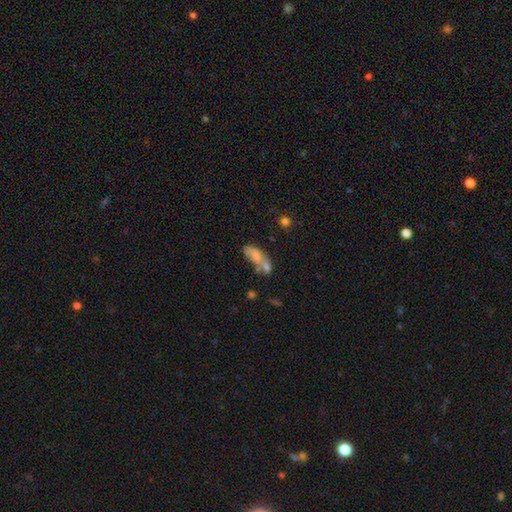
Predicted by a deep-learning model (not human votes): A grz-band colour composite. It shows a smooth galaxy with no disk features (69%) that is in between round and cigar-shaped (76%). Merging: merger (44%).